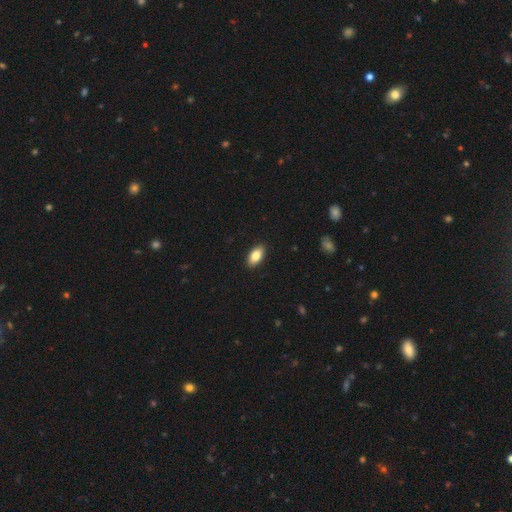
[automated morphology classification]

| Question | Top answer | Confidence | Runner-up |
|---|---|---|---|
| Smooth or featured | smooth | 84% | featured or disk (9%) |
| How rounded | in between | 92% | cigar-shaped (5%) |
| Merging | none | 90% | minor disturbance (8%) |